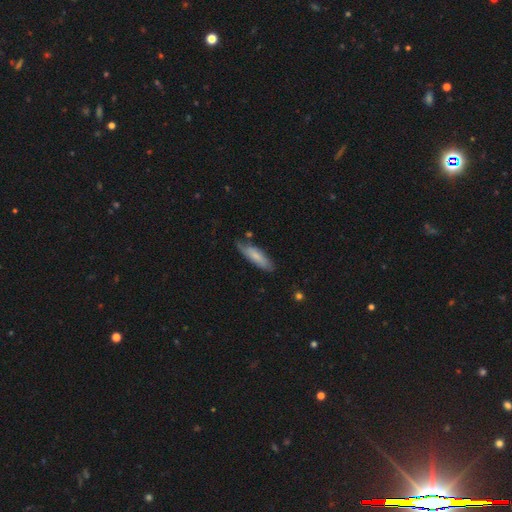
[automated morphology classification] smooth 68%, featured or disk 27%, star or artifact 6%. Down the decision tree: how rounded — cigar-shaped (56%); merging — none (64%).